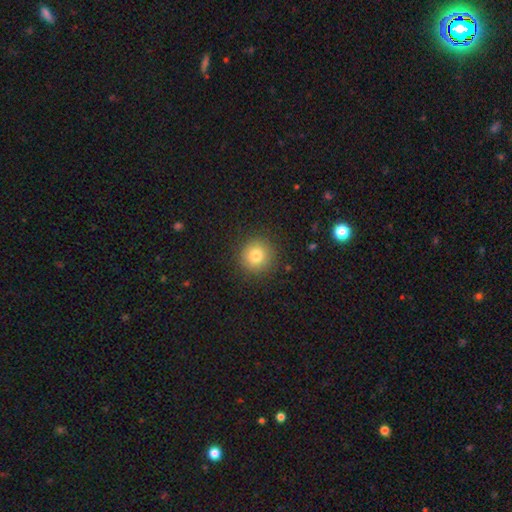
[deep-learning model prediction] Morphology: type=smooth (81%); roundness=round (94%); merging=none (89%).